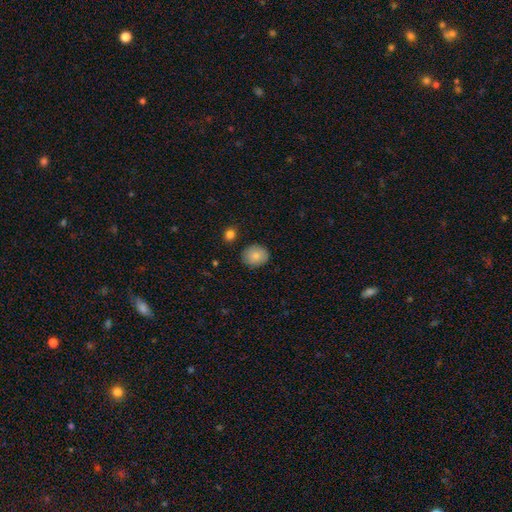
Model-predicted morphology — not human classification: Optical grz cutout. It shows a smooth galaxy with no disk features (84%) that is round (68%). Merging: none (85%).